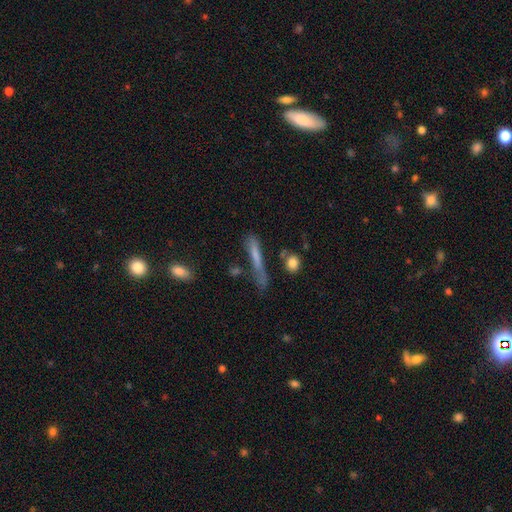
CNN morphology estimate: A smooth galaxy with no disk features (53%) that is cigar-shaped (90%). Merging: none (57%).